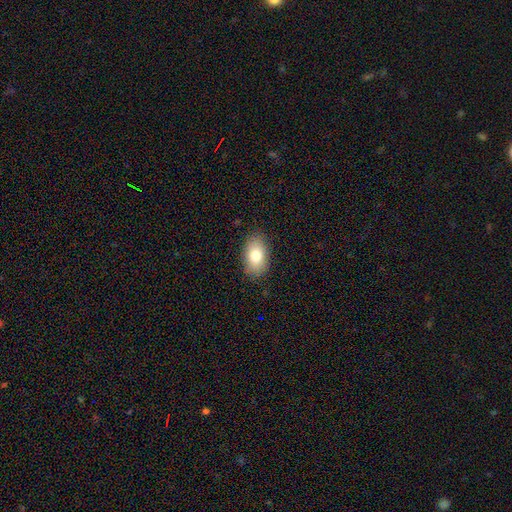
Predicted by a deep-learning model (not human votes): This is likely a smooth galaxy (78%). How rounded: clearly in between (91%). Merging: clearly none (85%).